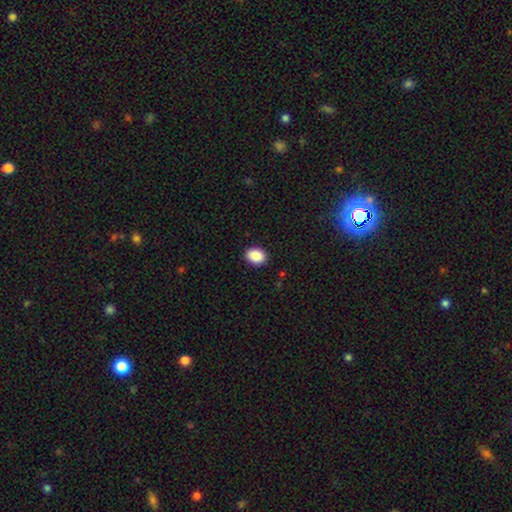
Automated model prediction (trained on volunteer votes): This is clearly a smooth galaxy (89%). How rounded: likely in between (64%). Merging: clearly none (90%).